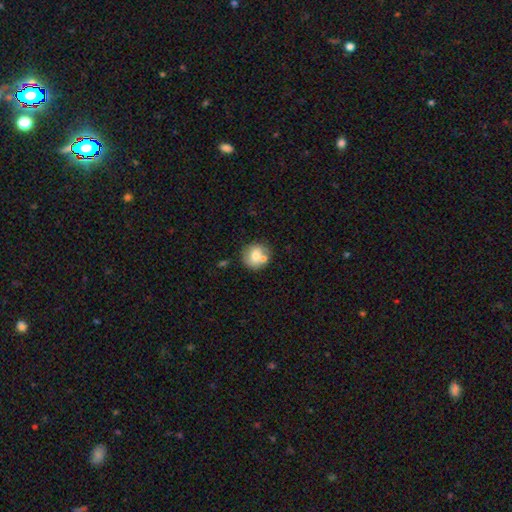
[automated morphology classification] type=smooth (69%); roundness=round (86%); merging=none (62%).